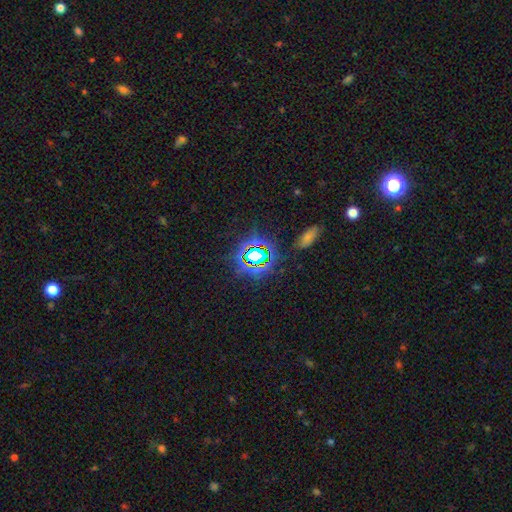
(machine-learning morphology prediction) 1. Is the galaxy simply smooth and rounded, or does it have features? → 72% star or artifact, 18% smooth, 9% featured or disk.